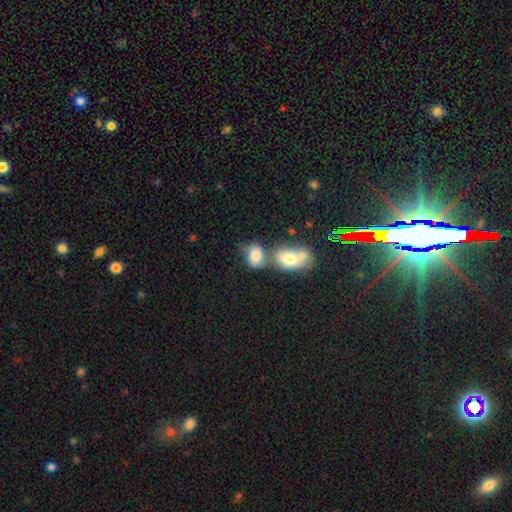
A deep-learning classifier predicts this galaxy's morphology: A smooth galaxy with no disk features (74%) that is in between round and cigar-shaped (66%).

Vote fractions:
- Smooth or featured? smooth: 74% / featured or disk: 17% / star or artifact: 9%
- How rounded? in between: 66% / round: 32% / cigar-shaped: 2%
- Merging? merger: 54% / none: 26% / minor disturbance: 12% / major disturbance: 7%